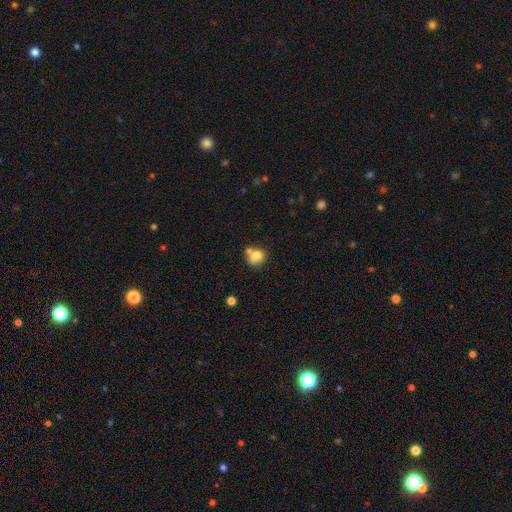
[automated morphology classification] The model was most divided on "merging": none: 40%, merger: 36%, minor disturbance: 17%, major disturbance: 8%. More confident: smooth or featured — smooth (75%); how rounded — round (65%).